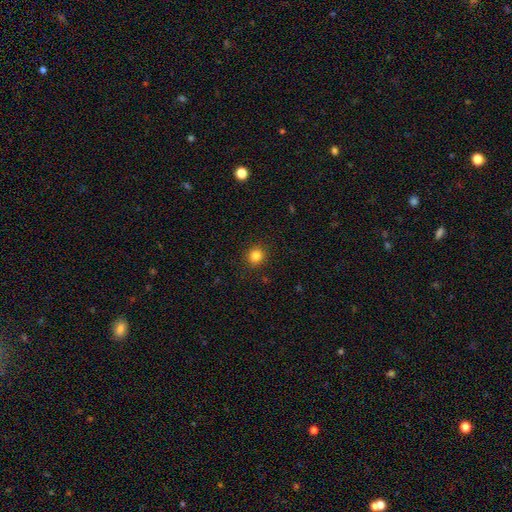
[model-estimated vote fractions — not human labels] Smooth or featured?
  - smooth: 83% *
  - star or artifact: 12%
  - featured or disk: 5%
How rounded?
  - round: 87% *
  - in between: 13%
  - cigar-shaped: 1%
Merging?
  - none: 91% *
  - minor disturbance: 6%
  - major disturbance: 2%
  - merger: 1%